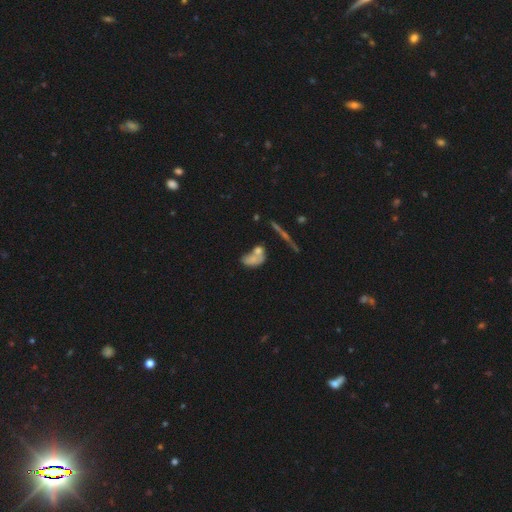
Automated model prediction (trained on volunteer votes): This appears to be a smooth galaxy with no disk features (58%) that is in between round and cigar-shaped (77%). Merging: merger (45%).